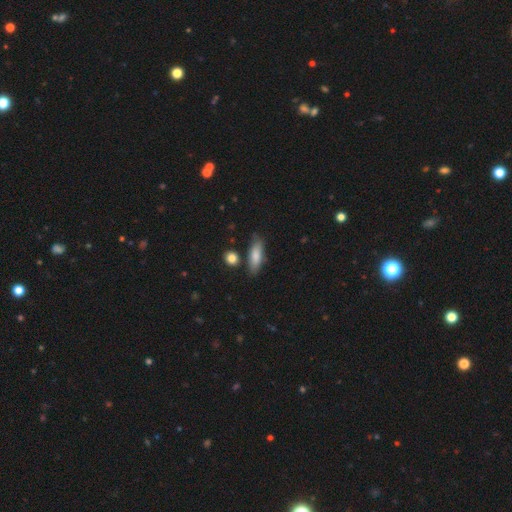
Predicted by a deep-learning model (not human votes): Smooth or featured? Predicted: smooth (p=0.79). How rounded? Predicted: in between (p=0.54). Merging? Predicted: none (p=0.76).